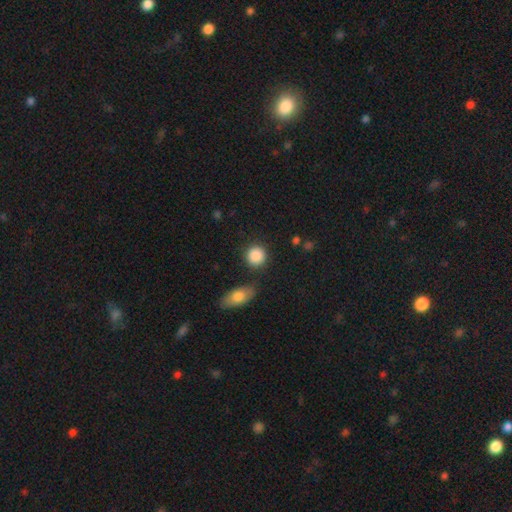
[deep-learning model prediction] smooth 88%, star or artifact 7%, featured or disk 5%. Down the decision tree: how rounded — round (86%); merging — none (81%).